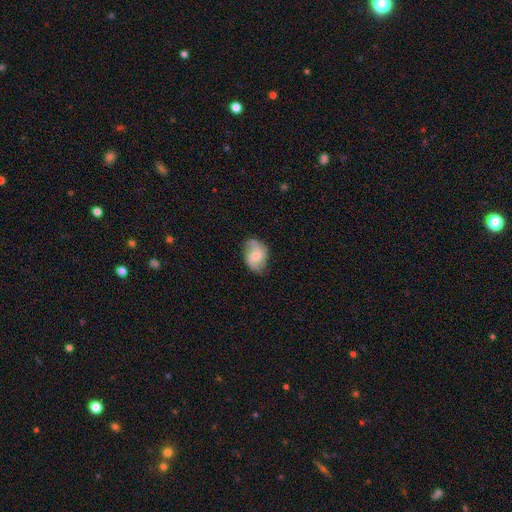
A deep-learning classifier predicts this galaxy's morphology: Q: Smooth or featured?
A: smooth (52%); runner-up: featured or disk (41%)
Q: How rounded?
A: in between (74%); runner-up: round (25%)
Q: Merging?
A: none (65%); runner-up: minor disturbance (26%)